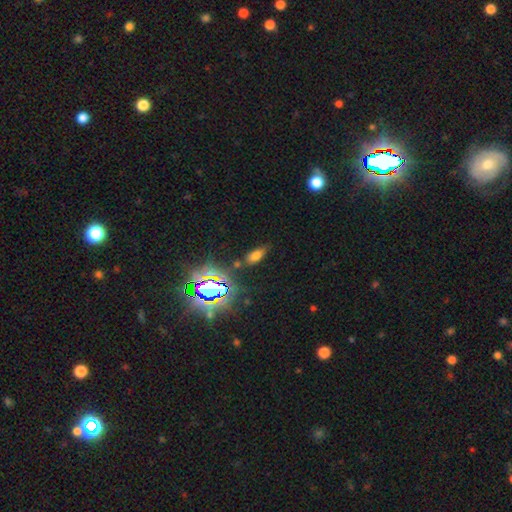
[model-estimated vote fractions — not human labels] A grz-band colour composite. It shows a smooth galaxy with no disk features (61%) that is in between round and cigar-shaped (83%). Merging: none (74%).